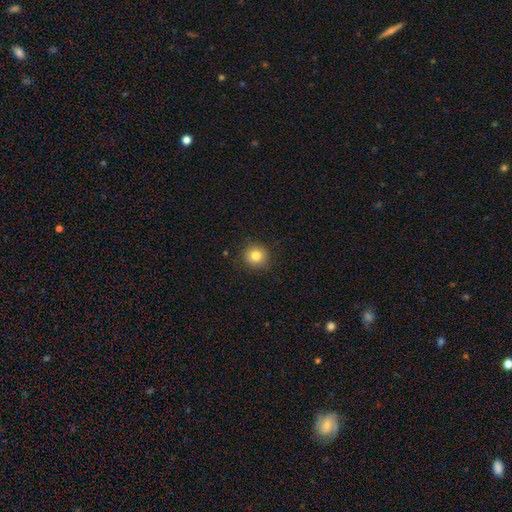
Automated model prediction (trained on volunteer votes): smooth-or-featured: smooth: 82% | star or artifact: 11% | featured or disk: 7%
  how-rounded: round: 92% | in between: 7% | cigar-shaped: 1%
  merging: none: 90% | minor disturbance: 6% | major disturbance: 2% | merger: 1%